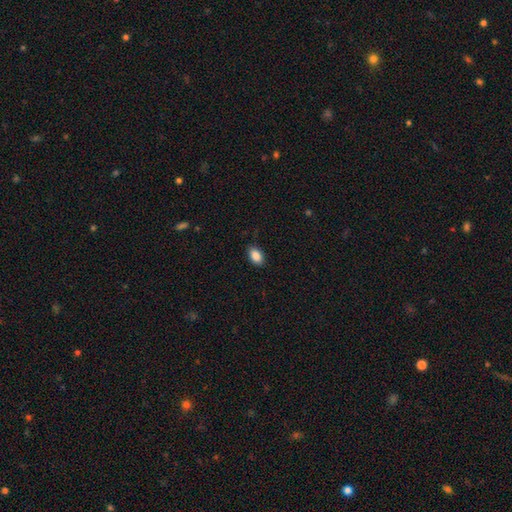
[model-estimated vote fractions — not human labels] Overall: smooth (88%). How rounded: in between (90%). Merging: none (88%).